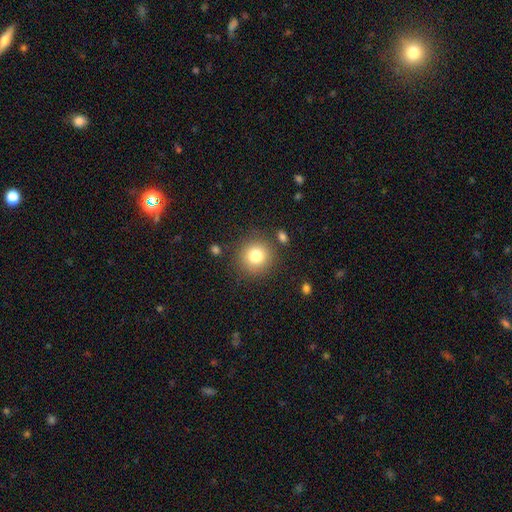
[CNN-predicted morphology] This appears to be a smooth galaxy with no disk features (80%) that is round (93%). Merging: none (85%).